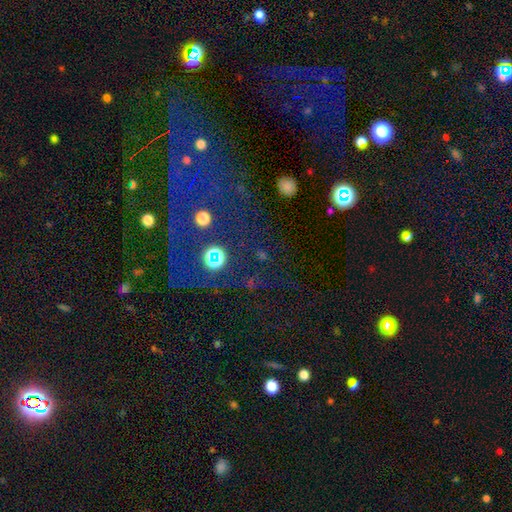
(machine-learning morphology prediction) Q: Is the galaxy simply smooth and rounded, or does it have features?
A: star or artifact — 74%.